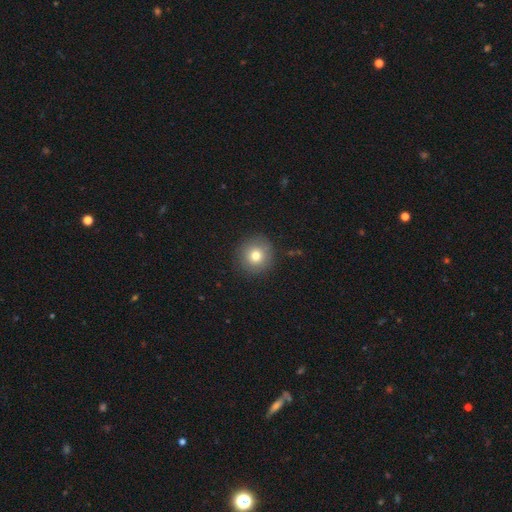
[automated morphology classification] smooth_or_featured: smooth (p=0.76) [alt: featured or disk p=0.12]
how_rounded: round (p=0.93) [alt: in between p=0.06]
merging: none (p=0.88) [alt: minor disturbance p=0.08]